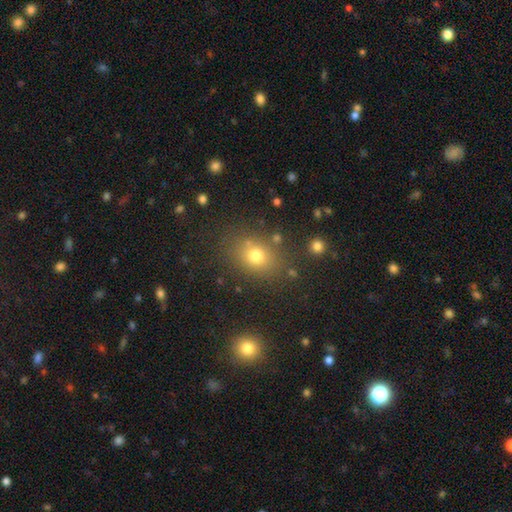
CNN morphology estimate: Q: Smooth or featured?
A: smooth (73%); runner-up: star or artifact (17%)
Q: How rounded?
A: in between (50%); runner-up: round (49%)
Q: Merging?
A: none (81%); runner-up: minor disturbance (11%)